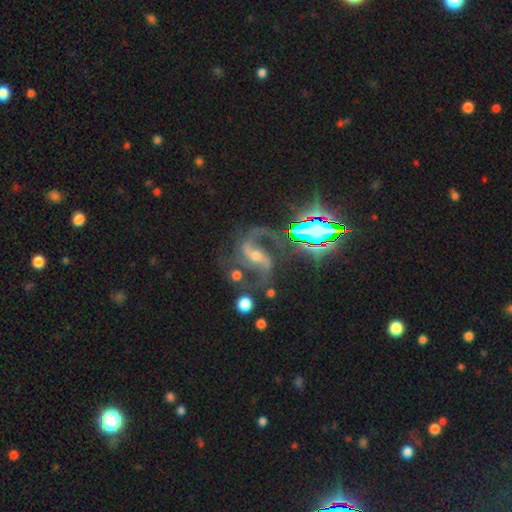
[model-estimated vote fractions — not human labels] smooth-or-featured: featured or disk: 84% | star or artifact: 11% | smooth: 5%
  disk-edge-on: no: 97% | yes: 3%
    bar: strong: 44% | weak: 33% | no: 22%
    has-spiral-arms: yes: 97% | no: 3%
      spiral-winding: loose: 52% | medium: 41% | tight: 7%
      spiral-arm-count: 2: 90% | 3: 3% | 1: 3% | can't tell: 2% | 4: 1% | more than 4: 1%
    bulge-size: moderate: 52% | small: 39% | large: 5% | none: 3% | dominant: 1%
  merging: none: 63% | minor disturbance: 16% | major disturbance: 14% | merger: 7%